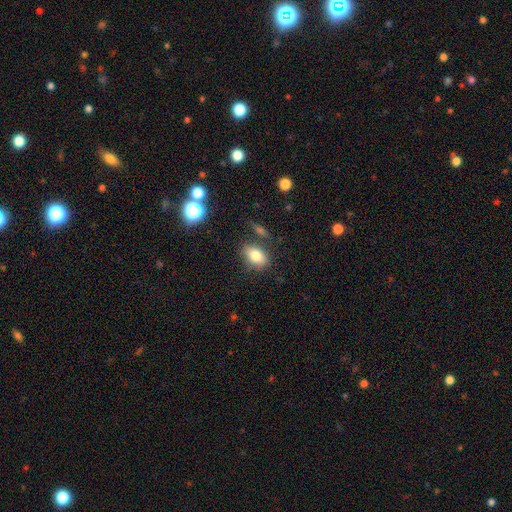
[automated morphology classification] smooth_or_featured: smooth (p=0.79) [alt: featured or disk p=0.11]
how_rounded: in between (p=0.84) [alt: round p=0.14]
merging: none (p=0.76) [alt: minor disturbance p=0.14]